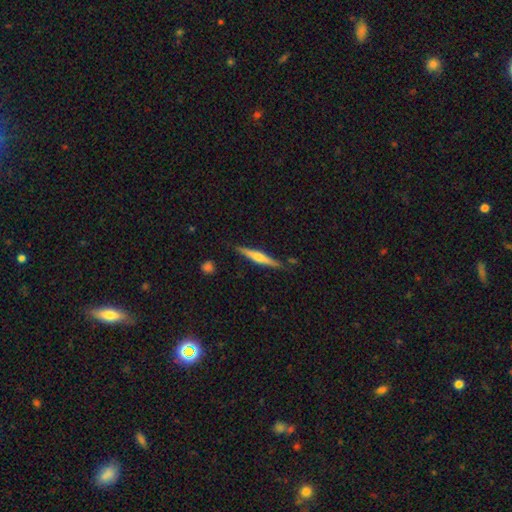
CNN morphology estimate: Smooth or featured? featured or disk (66%)
Edge-on disk? yes (97%)
Edge-on bulge? rounded (85%)
Merging? none (88%)